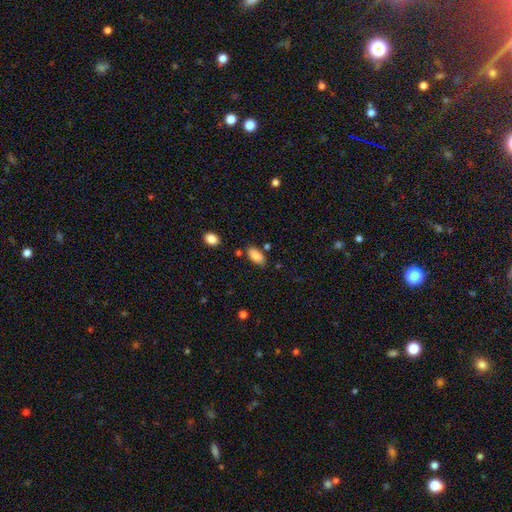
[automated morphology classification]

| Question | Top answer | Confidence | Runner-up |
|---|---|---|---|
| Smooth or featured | smooth | 87% | star or artifact (7%) |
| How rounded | in between | 90% | cigar-shaped (8%) |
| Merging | none | 77% | minor disturbance (14%) |